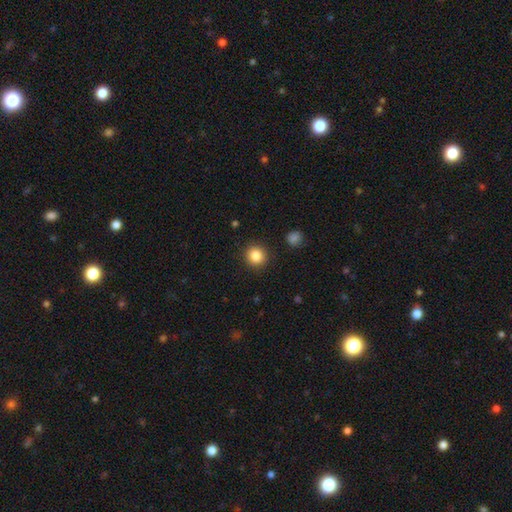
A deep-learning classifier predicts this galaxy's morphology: A smooth galaxy with no disk features (85%) that is round (93%).

Vote fractions:
- Smooth or featured? smooth: 85% / star or artifact: 10% / featured or disk: 5%
- How rounded? round: 93% / in between: 6% / cigar-shaped: 1%
- Merging? none: 91% / minor disturbance: 6% / major disturbance: 2% / merger: 1%